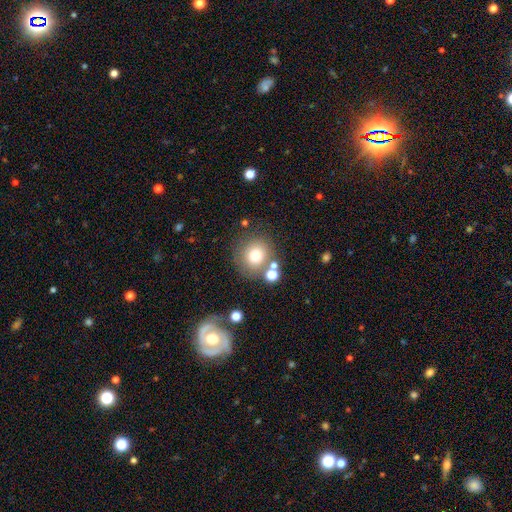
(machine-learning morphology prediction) This appears to be a smooth galaxy with no disk features (74%) that is round (90%). Merging: none (73%).